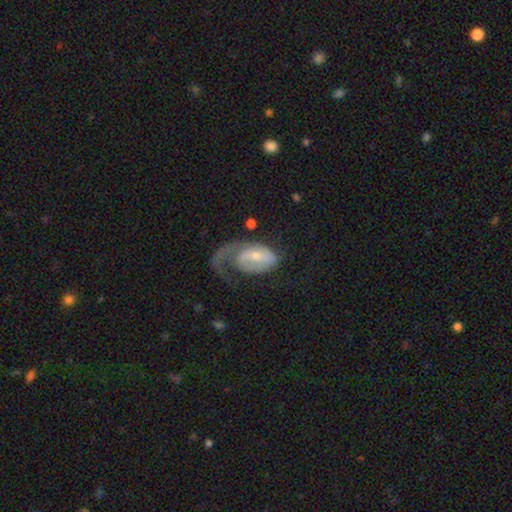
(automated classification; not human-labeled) smooth-or-featured: featured or disk: 67% | smooth: 27% | star or artifact: 6%
  disk-edge-on: no: 96% | yes: 4%
    bar: no: 51% | weak: 37% | strong: 12%
    has-spiral-arms: yes: 82% | no: 18%
      spiral-winding: loose: 45% | medium: 31% | tight: 24%
      spiral-arm-count: 1: 74% | 2: 15% | can't tell: 8% | 3: 1% | 4: 1% | more than 4: 1%
    bulge-size: small: 57% | moderate: 35% | none: 4% | large: 3% | dominant: 1%
  merging: major disturbance: 59% | none: 22% | minor disturbance: 16% | merger: 3%